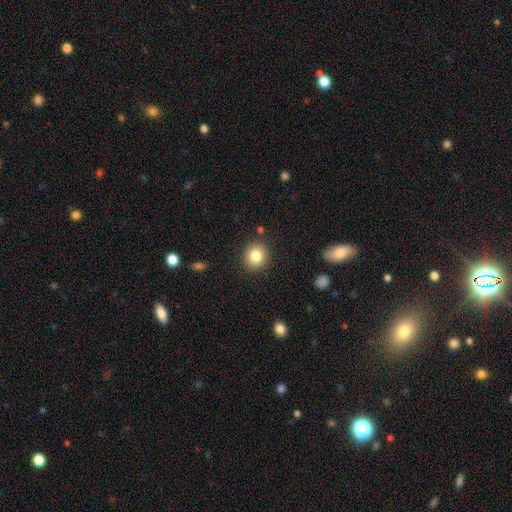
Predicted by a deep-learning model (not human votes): This is clearly a smooth galaxy (83%). How rounded: likely round (79%). Merging: clearly none (88%).